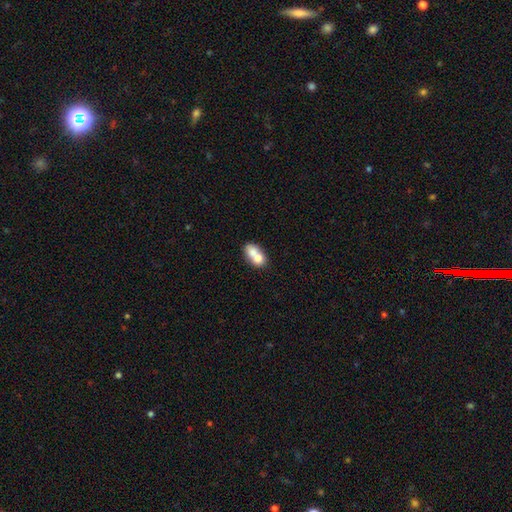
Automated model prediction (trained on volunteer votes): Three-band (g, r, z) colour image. It shows a smooth galaxy with no disk features (67%) that is in between round and cigar-shaped (66%). Merging: merger (68%).